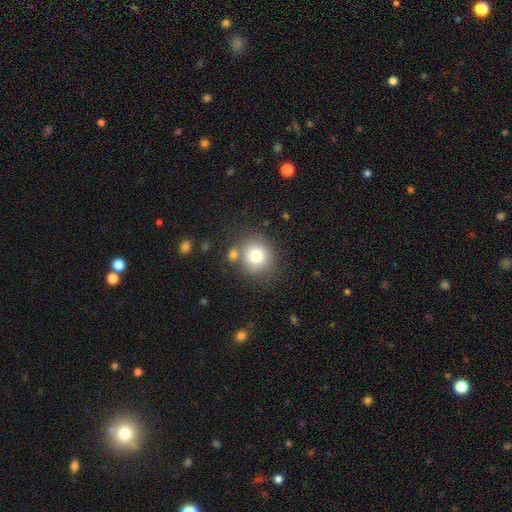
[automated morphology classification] This appears to be a smooth galaxy with no disk features (77%) that is round (84%). Merging: none (70%).